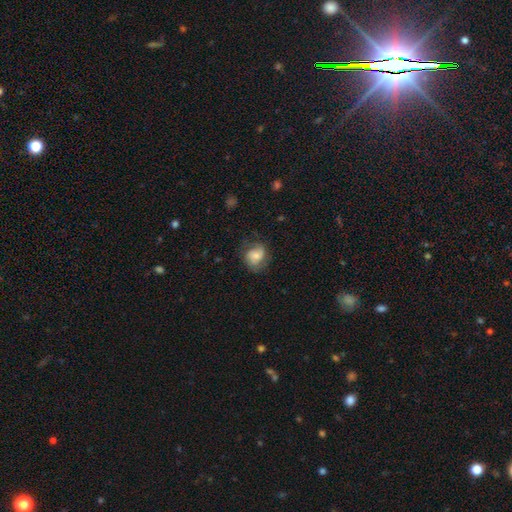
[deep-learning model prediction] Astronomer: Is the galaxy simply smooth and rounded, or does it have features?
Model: smooth — 57% (runner-up: featured or disk, 34%).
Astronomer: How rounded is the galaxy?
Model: round — 58% (runner-up: in between, 41%).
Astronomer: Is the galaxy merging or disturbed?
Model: none — 63%.